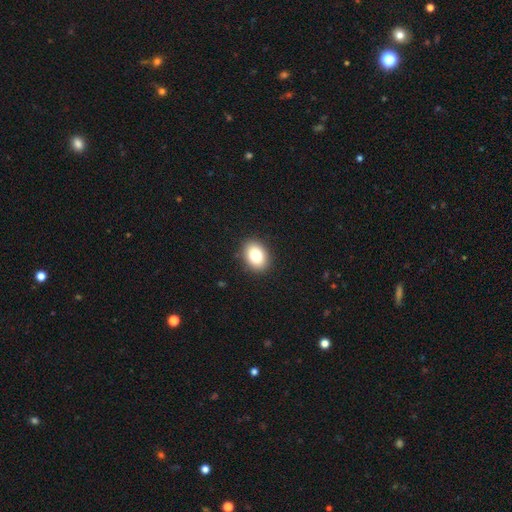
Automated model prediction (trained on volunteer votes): Smooth or featured? smooth (81%)
How rounded? in between (71%)
Merging? none (90%)